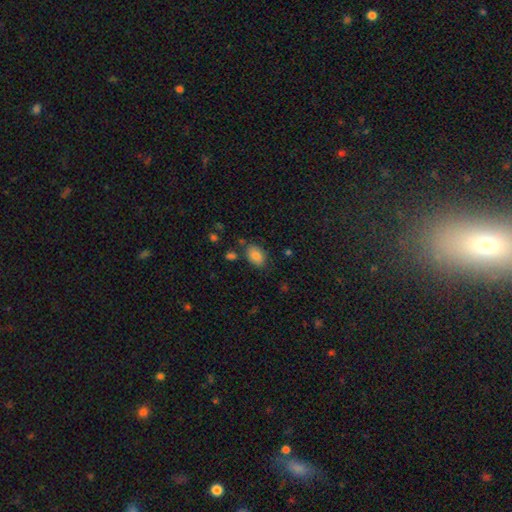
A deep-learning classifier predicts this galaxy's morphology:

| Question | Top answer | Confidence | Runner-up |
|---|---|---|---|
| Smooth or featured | smooth | 82% | featured or disk (9%) |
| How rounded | in between | 77% | round (22%) |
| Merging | none | 75% | minor disturbance (17%) |